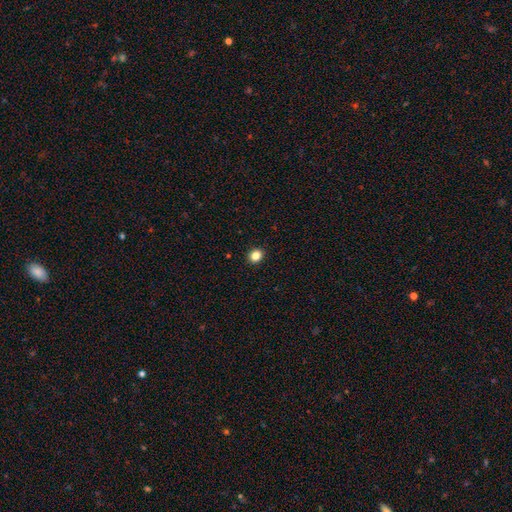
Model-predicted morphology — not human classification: Q: Smooth or featured?
A: smooth (85%); runner-up: star or artifact (11%)
Q: How rounded?
A: round (72%); runner-up: in between (27%)
Q: Merging?
A: none (93%); runner-up: minor disturbance (5%)